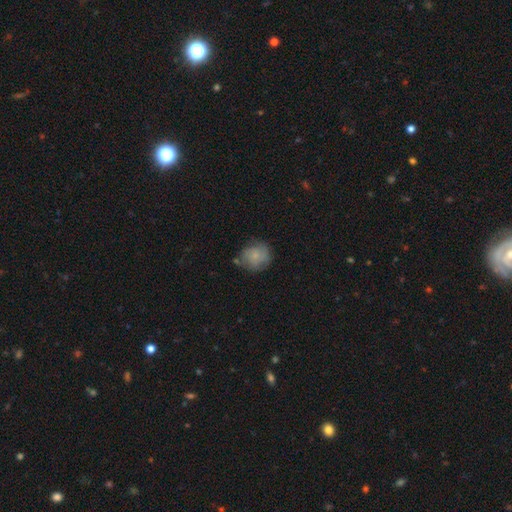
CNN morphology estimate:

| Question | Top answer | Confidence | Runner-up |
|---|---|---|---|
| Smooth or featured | smooth | 67% | featured or disk (25%) |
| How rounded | round | 80% | in between (19%) |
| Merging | none | 60% | minor disturbance (26%) |